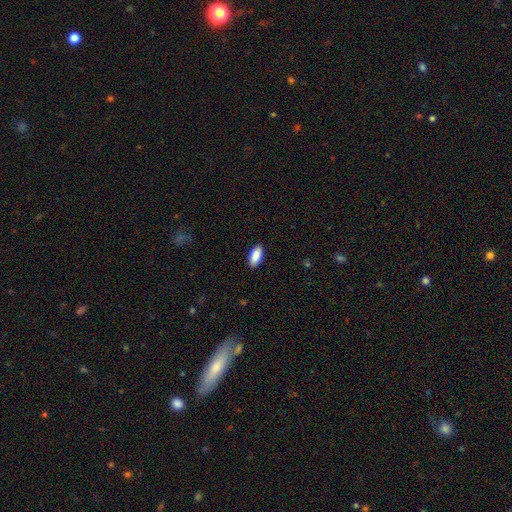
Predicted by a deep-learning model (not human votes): Overall: smooth (90%). How rounded: in between (89%). Merging: none (90%).